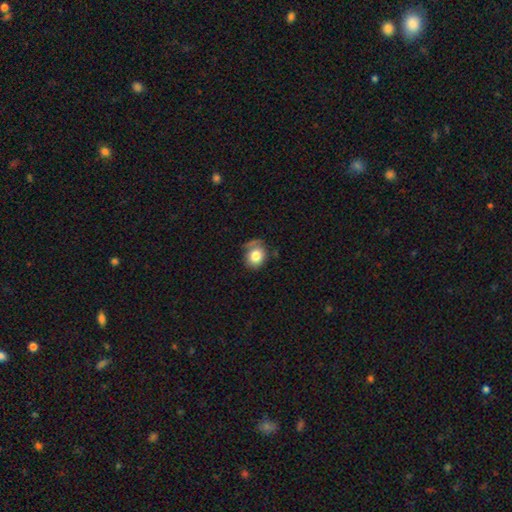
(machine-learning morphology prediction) Smooth or featured? Predicted: smooth (p=0.79). How rounded? Predicted: round (p=0.70). Merging? Predicted: none (p=0.59).